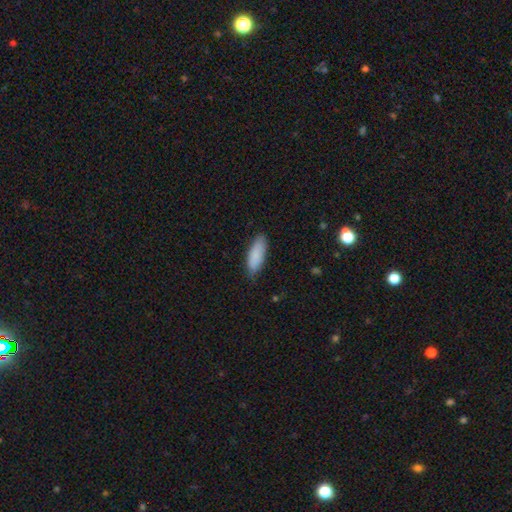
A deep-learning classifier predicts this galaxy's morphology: Smooth or featured? smooth (88%)
How rounded? in between (66%)
Merging? none (77%)